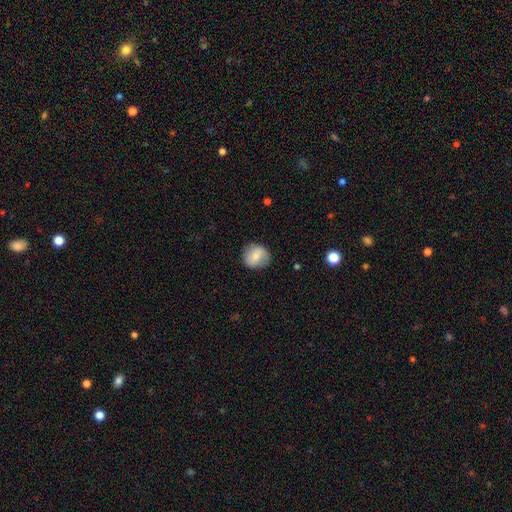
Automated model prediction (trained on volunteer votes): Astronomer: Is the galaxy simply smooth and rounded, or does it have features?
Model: smooth — 69%.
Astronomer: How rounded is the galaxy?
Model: round — 81%.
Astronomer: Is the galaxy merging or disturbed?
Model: none — 78%.